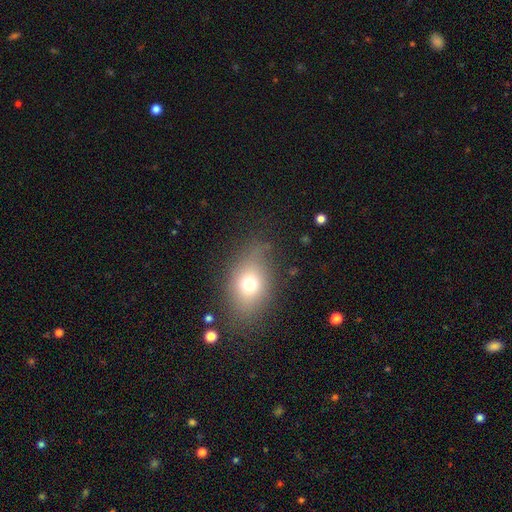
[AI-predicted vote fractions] Smooth or featured?
  - smooth: 68% *
  - featured or disk: 18%
  - star or artifact: 14%
How rounded?
  - in between: 76% *
  - round: 21%
  - cigar-shaped: 3%
Merging?
  - none: 76% *
  - minor disturbance: 17%
  - major disturbance: 5%
  - merger: 2%